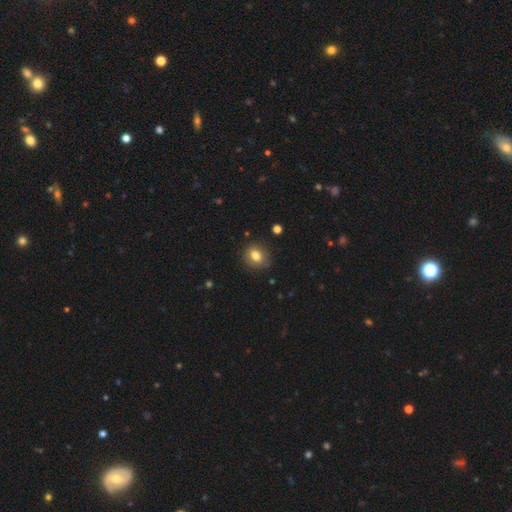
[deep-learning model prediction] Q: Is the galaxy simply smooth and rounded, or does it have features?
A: smooth — 78%.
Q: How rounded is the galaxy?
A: round — 67%.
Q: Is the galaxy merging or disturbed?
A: none — 83%.